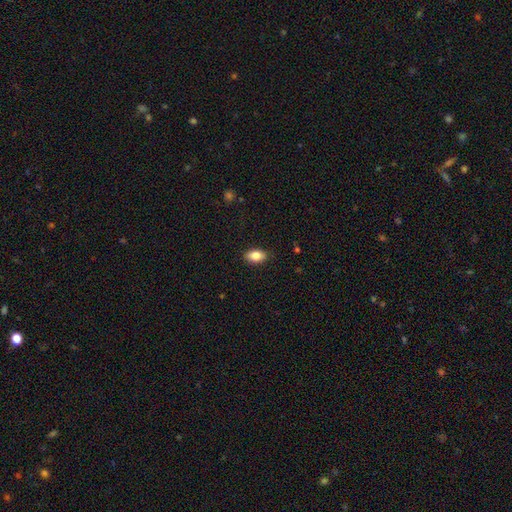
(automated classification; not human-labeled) Q: Smooth or featured?
A: smooth (82%); runner-up: featured or disk (11%)
Q: How rounded?
A: in between (87%); runner-up: round (10%)
Q: Merging?
A: none (87%); runner-up: minor disturbance (10%)